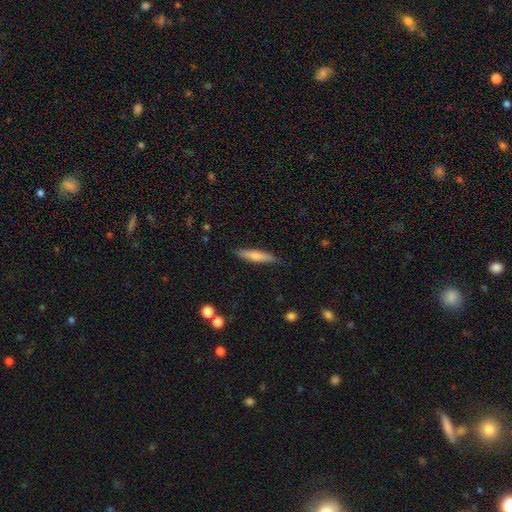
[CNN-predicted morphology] smooth_or_featured: smooth (p=0.67) [alt: featured or disk p=0.27]
how_rounded: cigar-shaped (p=0.85) [alt: in between p=0.13]
merging: none (p=0.84) [alt: minor disturbance p=0.12]